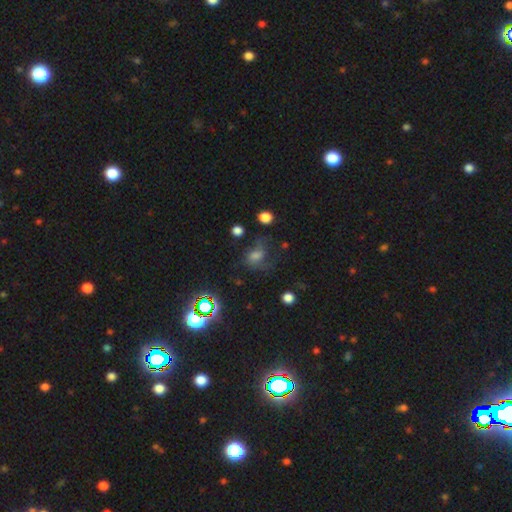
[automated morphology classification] Smooth or featured: smooth — 46% (star or artifact — 30%)
Merging: none — 45% (major disturbance — 29%)